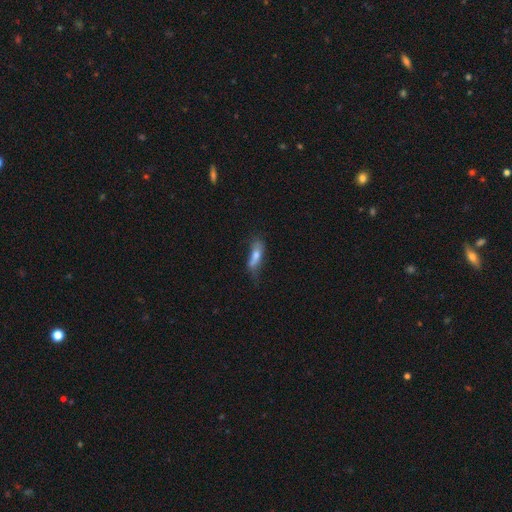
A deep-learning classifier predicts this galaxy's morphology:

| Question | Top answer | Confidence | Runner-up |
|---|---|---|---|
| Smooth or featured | smooth | 56% | featured or disk (34%) |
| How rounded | cigar-shaped | 53% | in between (45%) |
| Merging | none | 42% | minor disturbance (31%) |